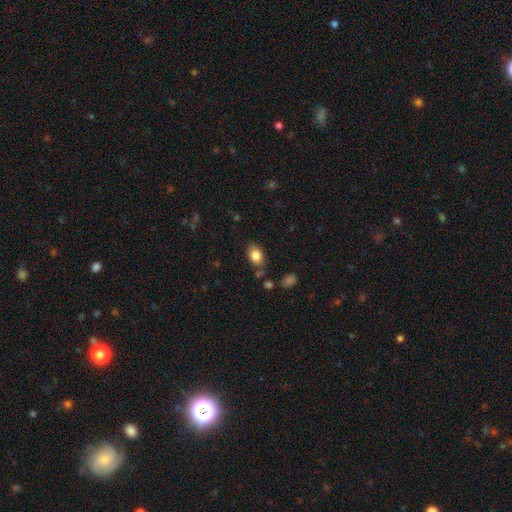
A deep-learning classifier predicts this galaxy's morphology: Overall: smooth (83%). How rounded: in between (82%). Merging: none (77%).